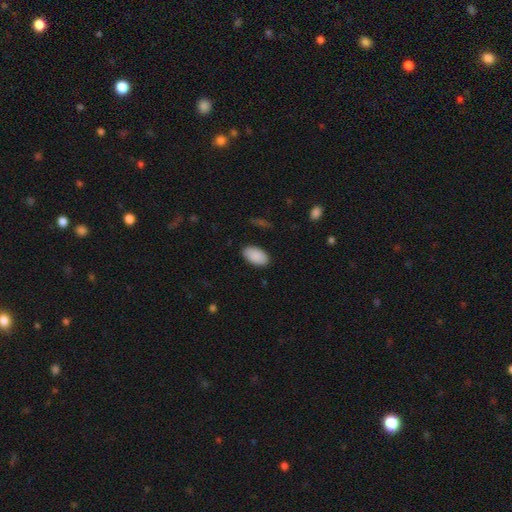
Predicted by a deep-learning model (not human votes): smooth-or-featured: smooth: 90% | star or artifact: 6% | featured or disk: 3%
  how-rounded: in between: 95% | round: 3% | cigar-shaped: 2%
  merging: none: 88% | minor disturbance: 9% | major disturbance: 2% | merger: 1%